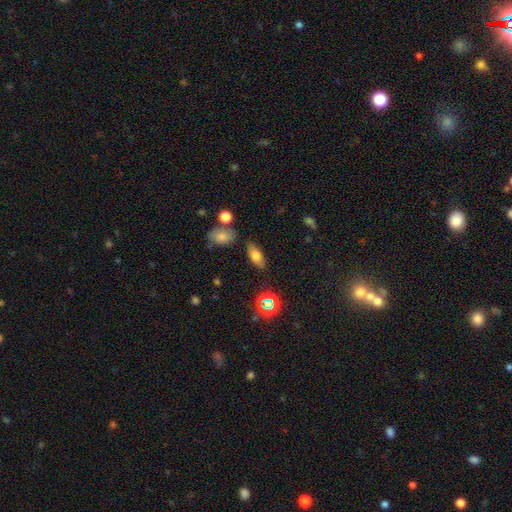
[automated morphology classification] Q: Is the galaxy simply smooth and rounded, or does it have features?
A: smooth — 69%.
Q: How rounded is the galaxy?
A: in between — 76%.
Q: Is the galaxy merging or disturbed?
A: none — 81%.